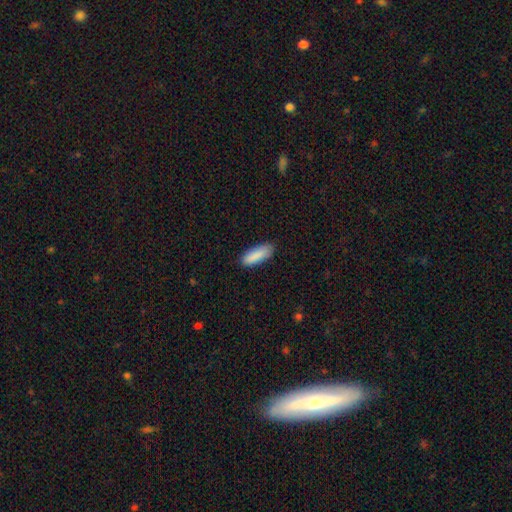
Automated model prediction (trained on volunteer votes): A smooth galaxy with no disk features (89%) that is in between round and cigar-shaped (63%). Merging: none (83%).